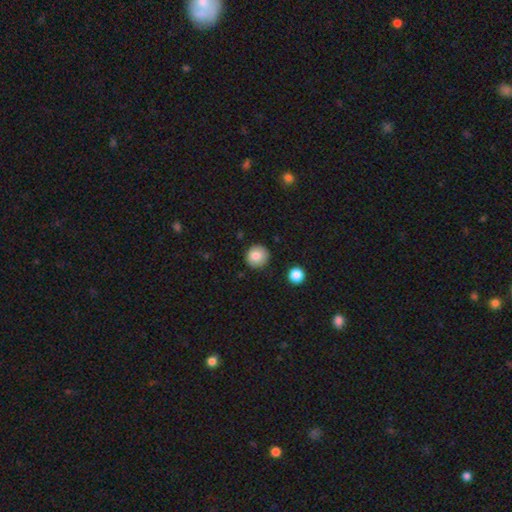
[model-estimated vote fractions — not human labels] Q: Smooth or featured?
A: smooth (82%); runner-up: star or artifact (9%)
Q: How rounded?
A: round (93%); runner-up: in between (6%)
Q: Merging?
A: none (88%); runner-up: minor disturbance (8%)